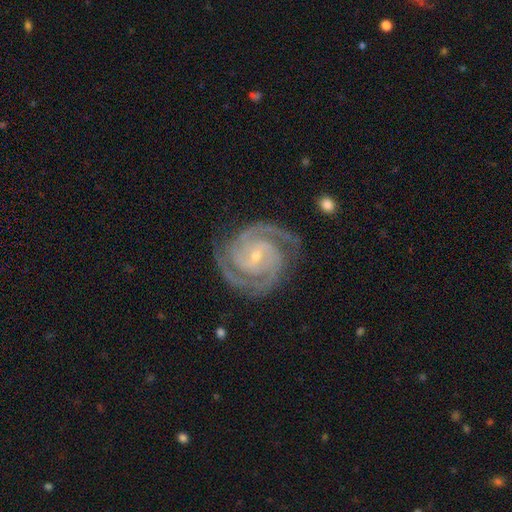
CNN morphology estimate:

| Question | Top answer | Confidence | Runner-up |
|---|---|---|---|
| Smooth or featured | featured or disk | 94% | star or artifact (4%) |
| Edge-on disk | no | 98% | yes (2%) |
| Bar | no | 43% | weak (37%) |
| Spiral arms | yes | 99% | no (1%) |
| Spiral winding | tight | 72% | medium (25%) |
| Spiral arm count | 2 | 59% | 3 (24%) |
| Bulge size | small | 76% | moderate (21%) |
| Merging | none | 81% | minor disturbance (13%) |